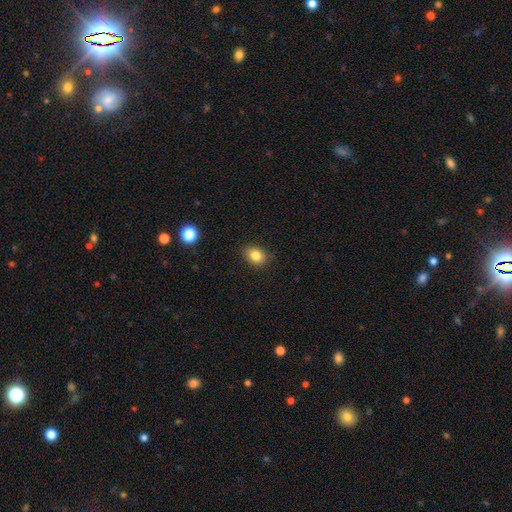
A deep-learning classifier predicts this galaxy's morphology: smooth-or-featured: smooth: 83% | star or artifact: 10% | featured or disk: 6%
  how-rounded: in between: 60% | round: 39% | cigar-shaped: 1%
  merging: none: 85% | minor disturbance: 11% | major disturbance: 2% | merger: 1%